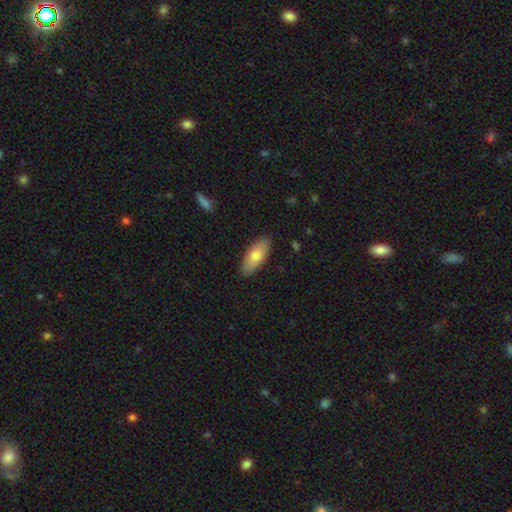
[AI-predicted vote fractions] This is likely a smooth galaxy (74%). How rounded: clearly in between (82%). Merging: clearly none (87%).